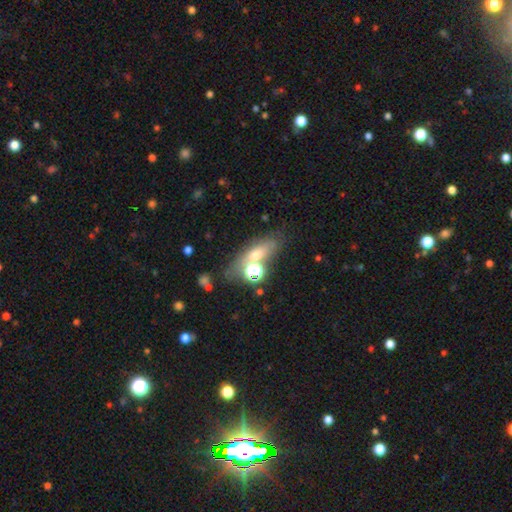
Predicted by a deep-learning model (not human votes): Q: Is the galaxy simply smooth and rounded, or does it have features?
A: smooth — 51%.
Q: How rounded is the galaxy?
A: in between — 55%.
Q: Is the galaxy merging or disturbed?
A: none — 58%.